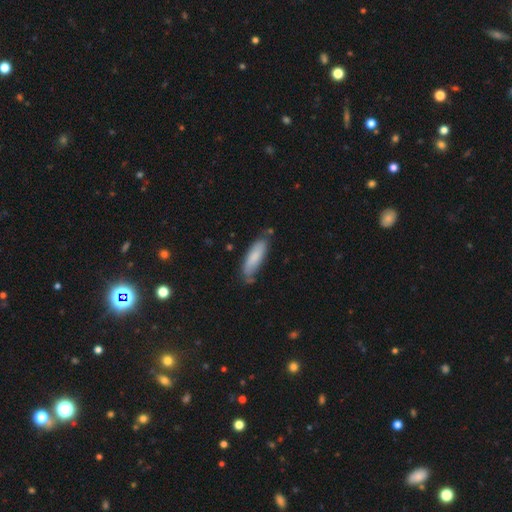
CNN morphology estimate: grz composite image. It shows a smooth galaxy with no disk features (77%) that is cigar-shaped (52%). Merging: none (65%).